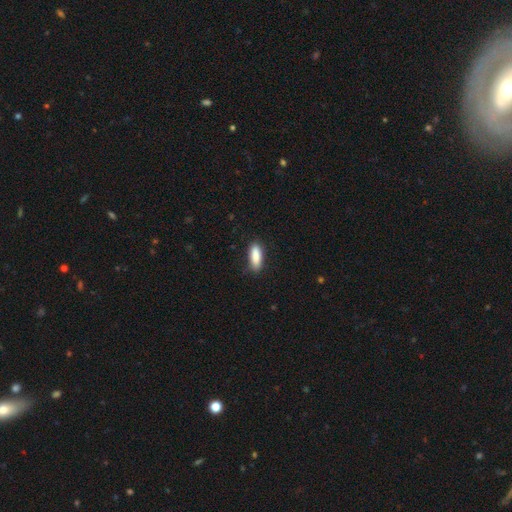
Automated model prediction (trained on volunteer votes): Q: Smooth or featured?
A: smooth (88%); runner-up: star or artifact (6%)
Q: How rounded?
A: in between (64%); runner-up: cigar-shaped (34%)
Q: Merging?
A: none (82%); runner-up: minor disturbance (14%)